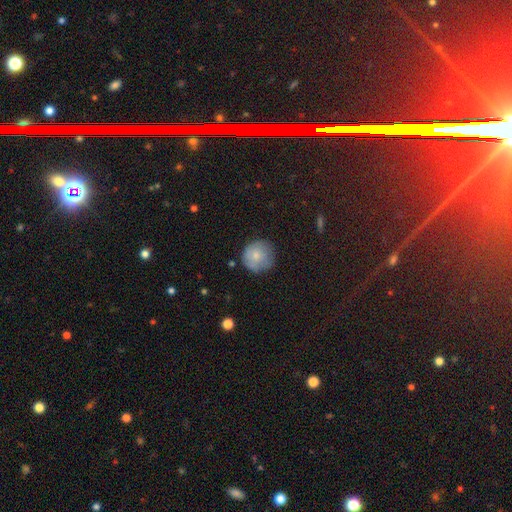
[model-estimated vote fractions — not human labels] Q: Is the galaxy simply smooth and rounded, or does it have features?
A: smooth — 72%.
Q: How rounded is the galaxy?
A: round — 92%.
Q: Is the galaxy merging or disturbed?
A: none — 73%.